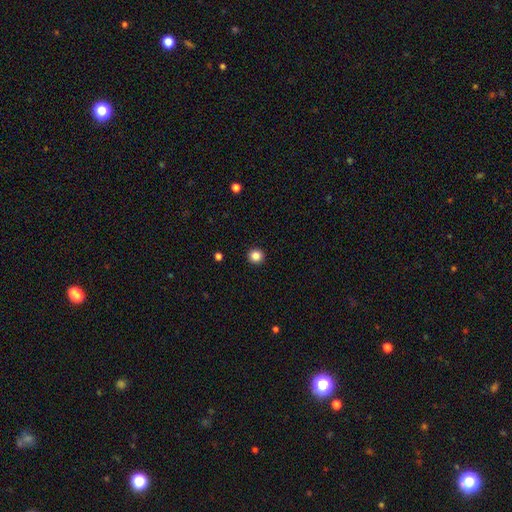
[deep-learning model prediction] A smooth galaxy with no disk features (85%) that is round (94%).

Vote fractions:
- Smooth or featured? smooth: 85% / star or artifact: 11% / featured or disk: 4%
- How rounded? round: 94% / in between: 5% / cigar-shaped: 1%
- Merging? none: 94% / minor disturbance: 4% / major disturbance: 1% / merger: 1%